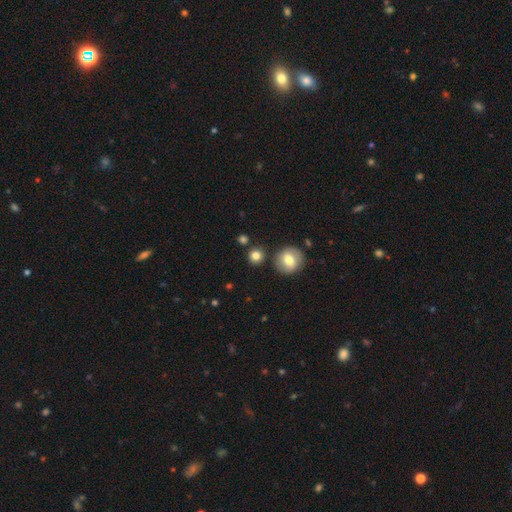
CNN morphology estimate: type=smooth (80%); roundness=round (90%); merging=none (81%).